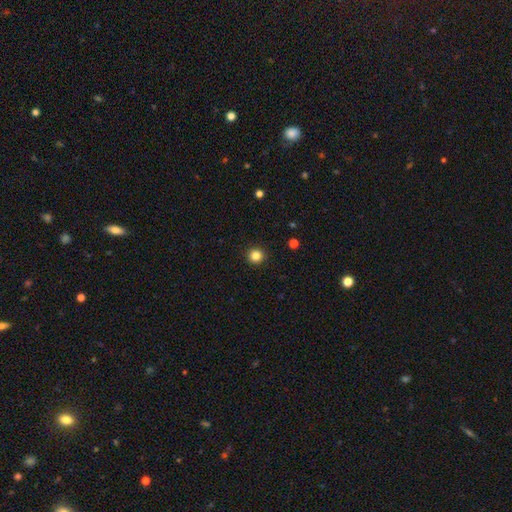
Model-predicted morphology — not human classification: This appears to be a smooth galaxy with no disk features (84%) that is round (95%). Merging: none (93%).